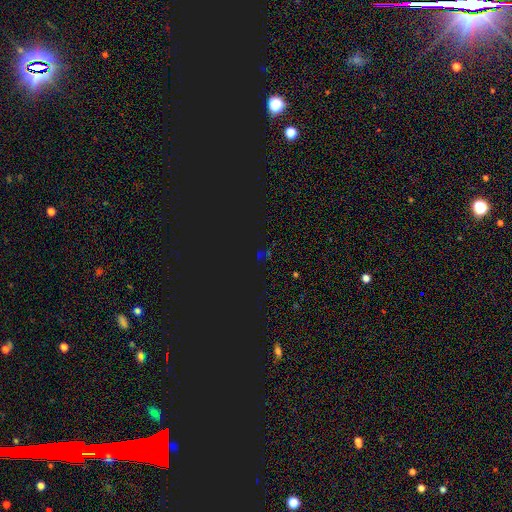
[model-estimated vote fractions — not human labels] Q: Smooth or featured?
A: star or artifact (75%); runner-up: smooth (17%)